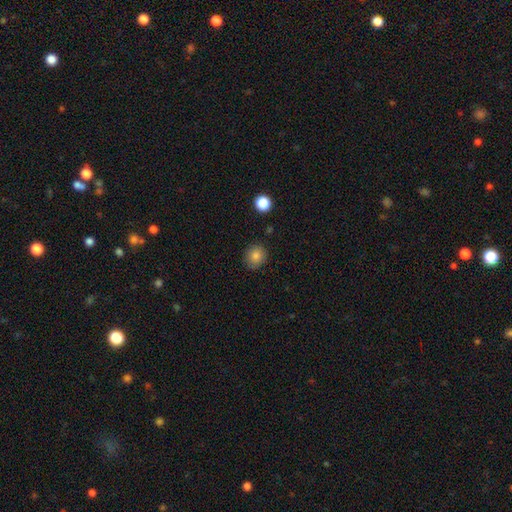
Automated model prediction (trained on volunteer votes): Overall: smooth (83%). How rounded: round (81%). Merging: none (86%).